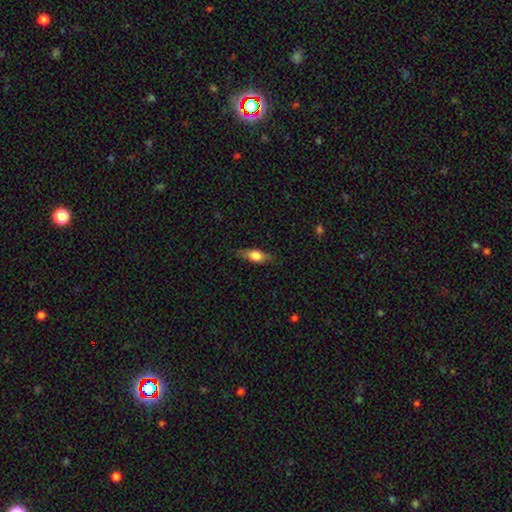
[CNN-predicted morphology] Smooth or featured? Predicted: smooth (p=0.65). How rounded? Predicted: in between (p=0.65). Merging? Predicted: none (p=0.78).